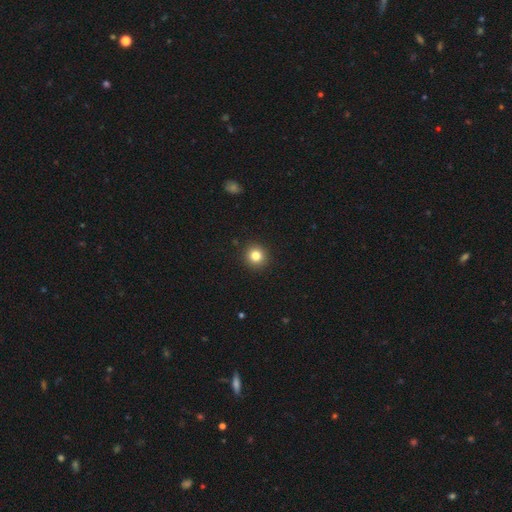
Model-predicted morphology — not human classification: Overall: smooth (82%). How rounded: round (91%). Merging: none (92%).